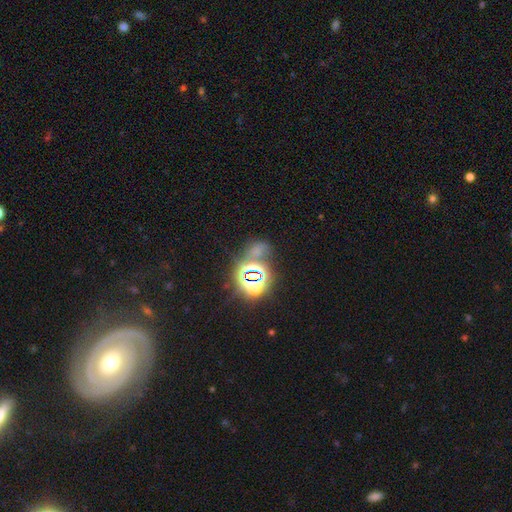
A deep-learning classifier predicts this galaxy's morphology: Smooth or featured?
  - star or artifact: 72% *
  - smooth: 17%
  - featured or disk: 11%